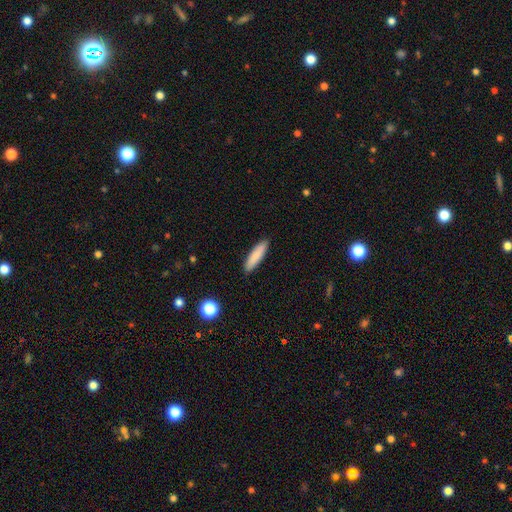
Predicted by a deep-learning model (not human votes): Smooth or featured: smooth — 86% (featured or disk — 7%)
How rounded: cigar-shaped — 72% (in between — 26%)
Merging: none — 89% (minor disturbance — 8%)